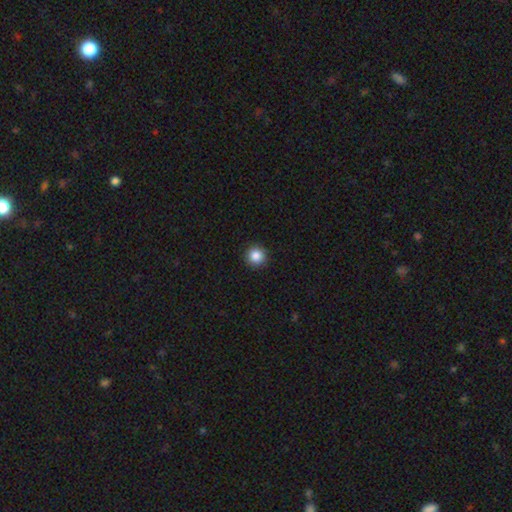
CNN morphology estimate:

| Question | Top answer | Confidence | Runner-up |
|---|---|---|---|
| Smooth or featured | smooth | 86% | star or artifact (10%) |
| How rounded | round | 95% | in between (4%) |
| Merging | none | 93% | minor disturbance (5%) |